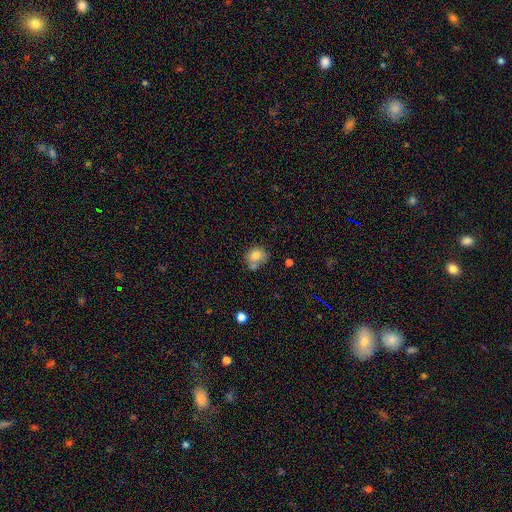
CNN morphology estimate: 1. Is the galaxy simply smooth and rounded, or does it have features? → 78% smooth, 12% featured or disk, 10% star or artifact.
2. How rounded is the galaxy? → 64% round, 35% in between, 1% cigar-shaped.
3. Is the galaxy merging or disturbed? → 48% none, 26% merger, 19% minor disturbance, 6% major disturbance.